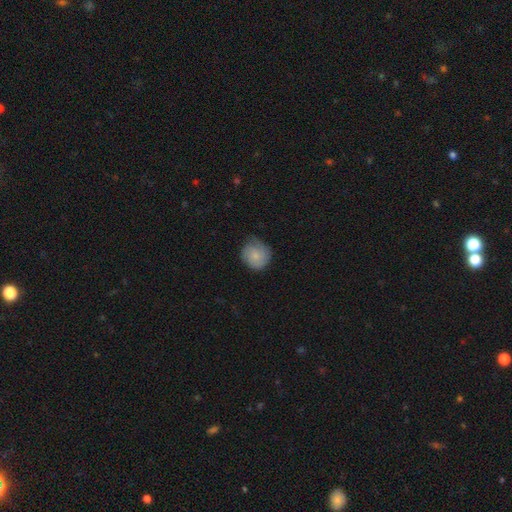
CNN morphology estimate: Smooth or featured? smooth (73%)
How rounded? round (85%)
Merging? none (61%)